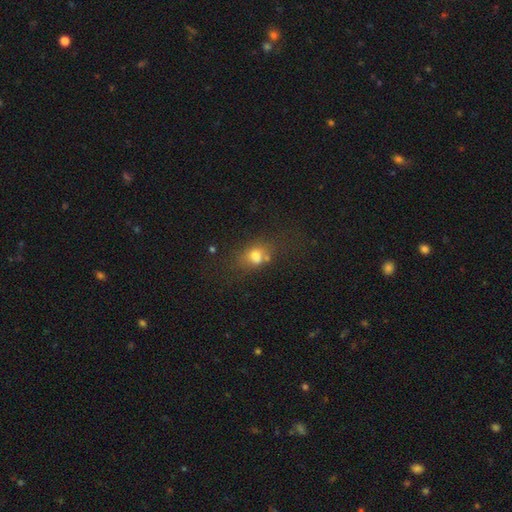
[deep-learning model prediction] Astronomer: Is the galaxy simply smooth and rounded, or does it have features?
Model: smooth — 66%.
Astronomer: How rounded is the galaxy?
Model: in between — 61% (runner-up: round, 36%).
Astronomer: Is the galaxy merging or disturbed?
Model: none — 44% (runner-up: merger, 22%).